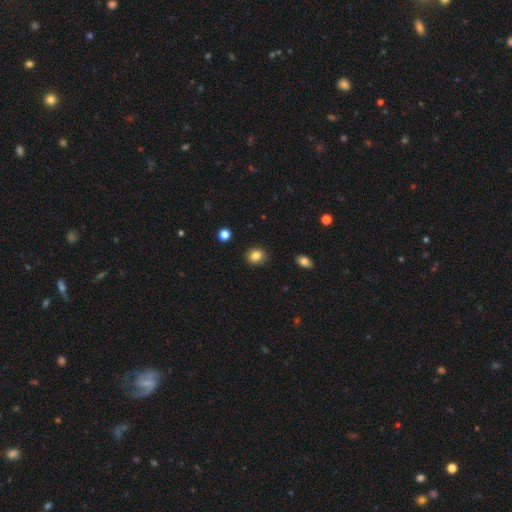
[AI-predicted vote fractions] Smooth or featured? Predicted: smooth (p=0.84). How rounded? Predicted: round (p=0.55). Merging? Predicted: none (p=0.85).